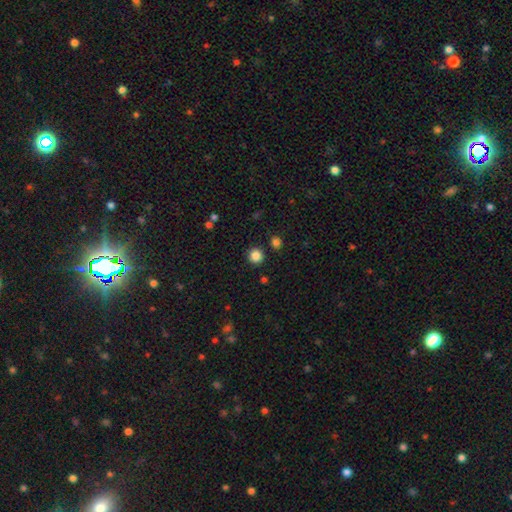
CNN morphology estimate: smooth-or-featured: smooth: 85% | star or artifact: 12% | featured or disk: 3%
  how-rounded: round: 94% | in between: 5% | cigar-shaped: 1%
  merging: none: 90% | minor disturbance: 5% | merger: 3% | major disturbance: 2%